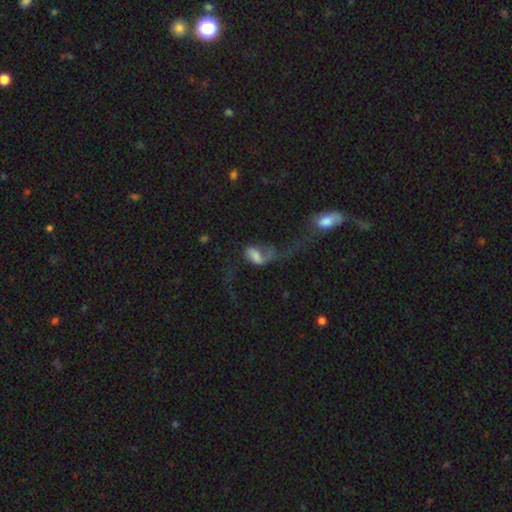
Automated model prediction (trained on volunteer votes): This is possibly a featured or disk galaxy (48%). Merging: possibly major disturbance (50%).